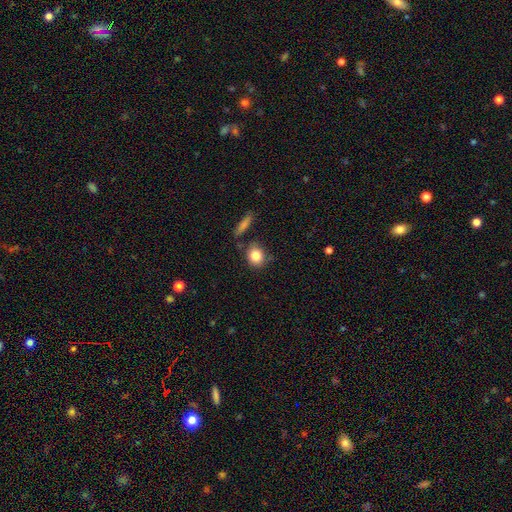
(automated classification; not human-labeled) This appears to be a smooth galaxy with no disk features (83%) that is round (71%). Merging: none (73%).